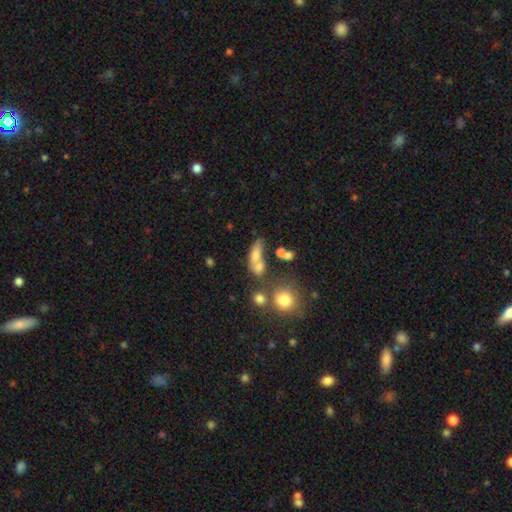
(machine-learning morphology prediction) This appears to be a smooth galaxy with no disk features (62%) that is in between round and cigar-shaped (60%). Merging: merger (41%).